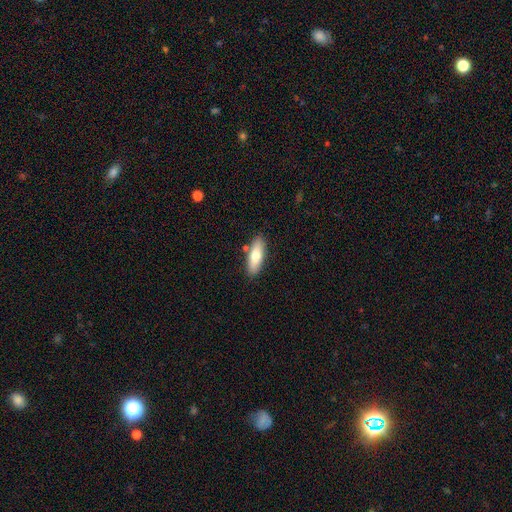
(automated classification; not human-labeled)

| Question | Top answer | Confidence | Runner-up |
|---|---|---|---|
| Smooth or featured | smooth | 72% | featured or disk (22%) |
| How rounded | in between | 61% | cigar-shaped (37%) |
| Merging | none | 83% | minor disturbance (11%) |